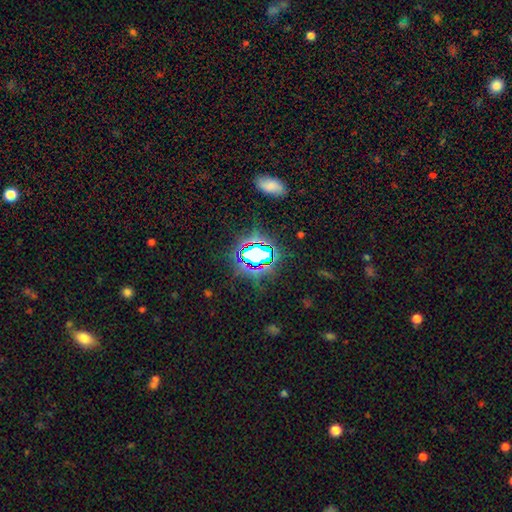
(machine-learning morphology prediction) Smooth or featured: star or artifact — 71% (smooth — 18%)